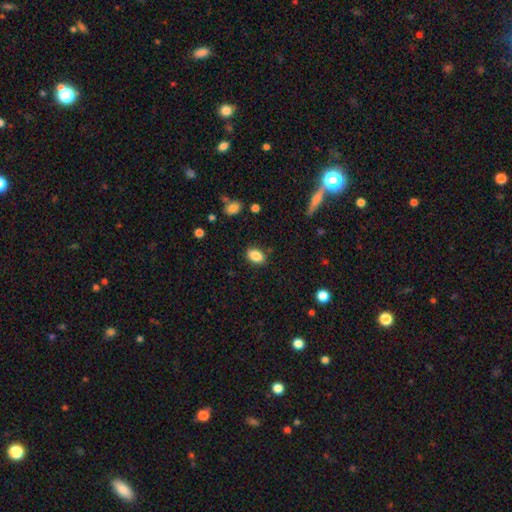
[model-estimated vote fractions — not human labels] Morphology: type=smooth (87%); roundness=in between (88%); merging=none (85%).